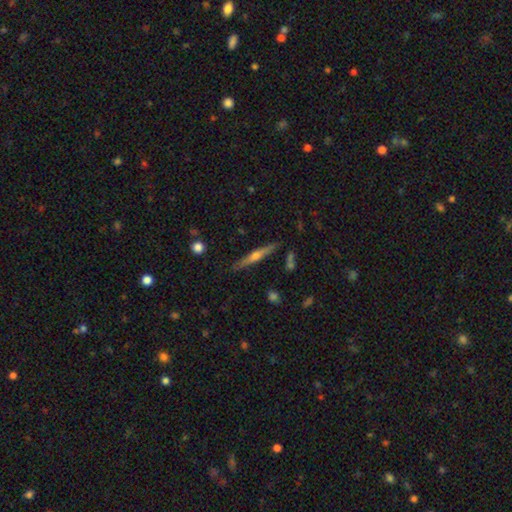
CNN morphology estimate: smooth-or-featured: featured or disk: 69% | smooth: 24% | star or artifact: 7%
  disk-edge-on: yes: 97% | no: 3%
    edge-on-bulge: rounded: 89% | none: 6% | boxy: 4%
  merging: none: 87% | minor disturbance: 9% | merger: 2% | major disturbance: 2%